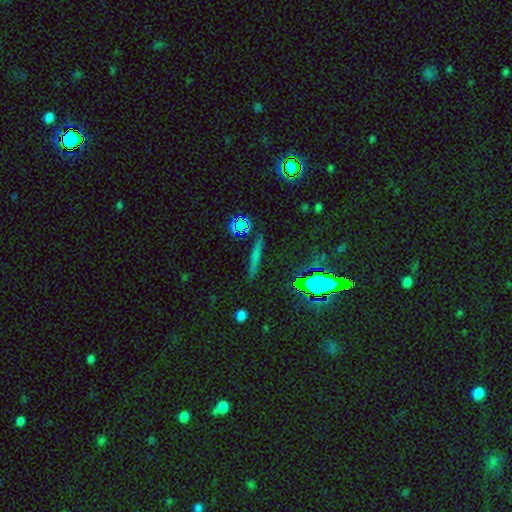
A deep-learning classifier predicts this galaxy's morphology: smooth 45%, featured or disk 33%, star or artifact 22%. Down the decision tree: merging — none (87%).